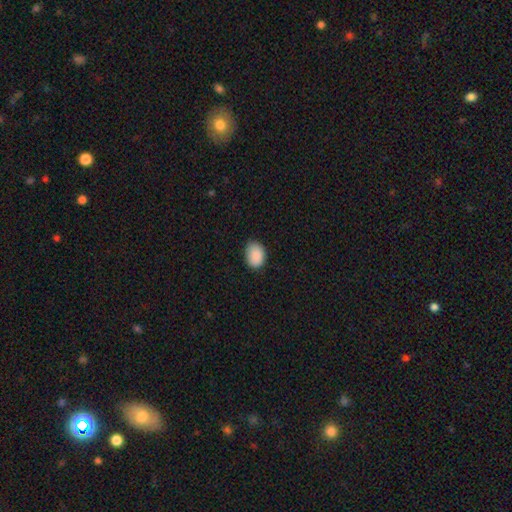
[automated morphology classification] A smooth galaxy with no disk features (89%) that is in between round and cigar-shaped (71%). Merging: none (78%).